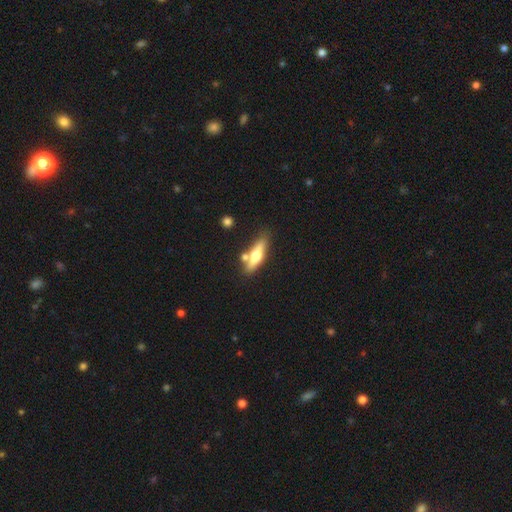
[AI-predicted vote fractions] Smooth or featured? Predicted: featured or disk (p=0.52). Edge-on disk? Predicted: yes (p=0.89). Merging? Predicted: none (p=0.71).